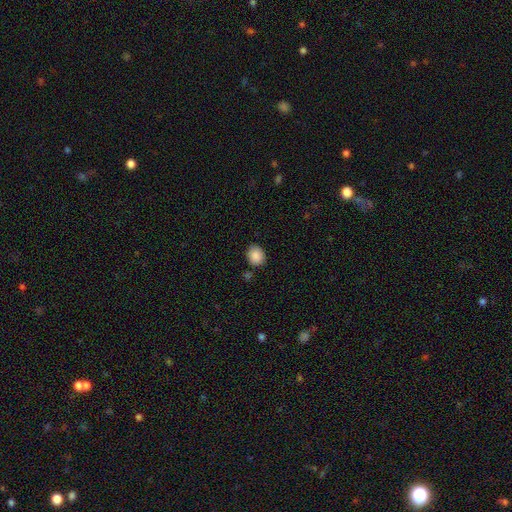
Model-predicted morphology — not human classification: smooth 88%, star or artifact 8%, featured or disk 3%. Down the decision tree: how rounded — round (60%); merging — none (82%).